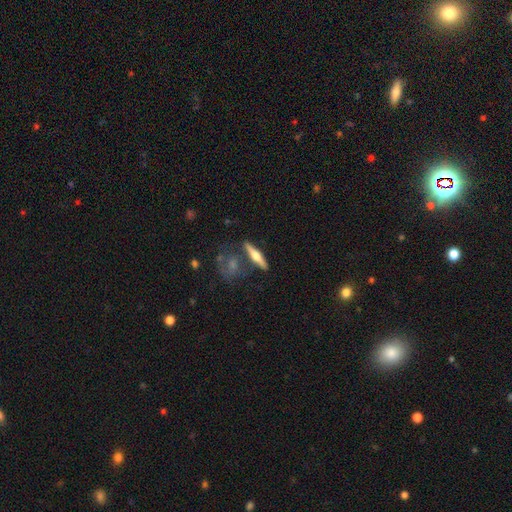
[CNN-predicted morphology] A featured or disk galaxy (63%) viewed edge-on (95%) with a rounded central bulge (93%). Merging: none (76%).